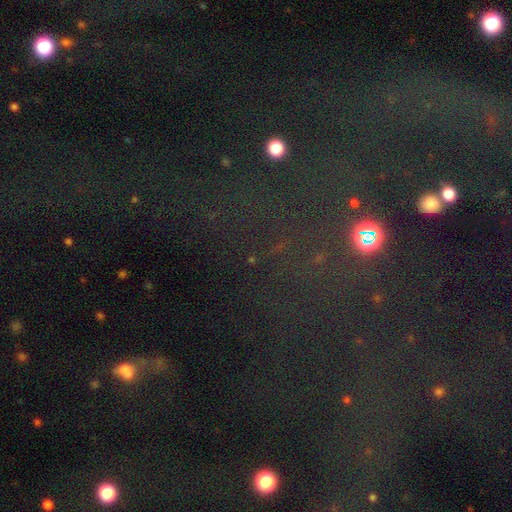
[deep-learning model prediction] smooth_or_featured: star or artifact (p=0.72) [alt: smooth p=0.16]